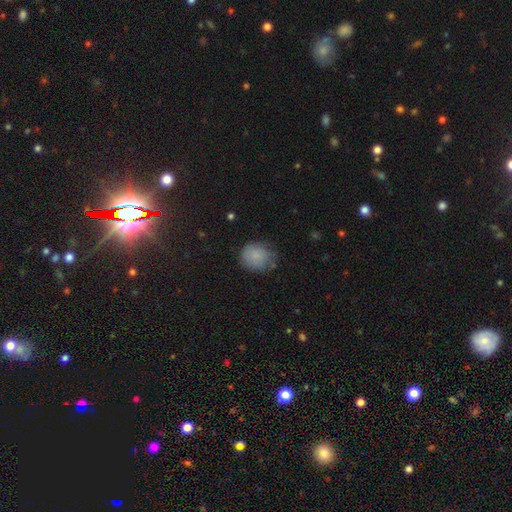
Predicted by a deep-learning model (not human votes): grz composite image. It shows a smooth galaxy with no disk features (82%) that is round (79%). Merging: none (63%).